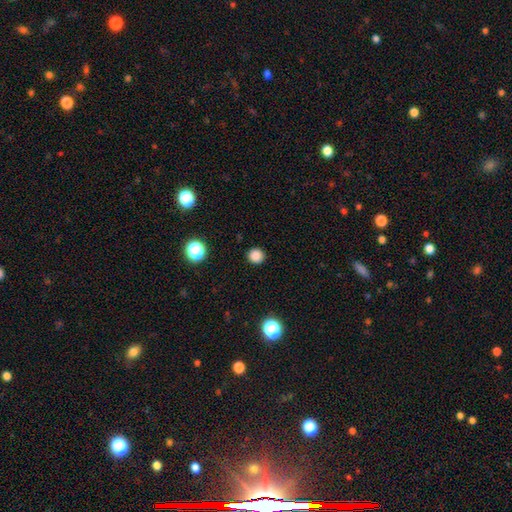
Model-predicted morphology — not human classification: This appears to be a smooth galaxy with no disk features (84%) that is round (92%). Merging: none (91%).